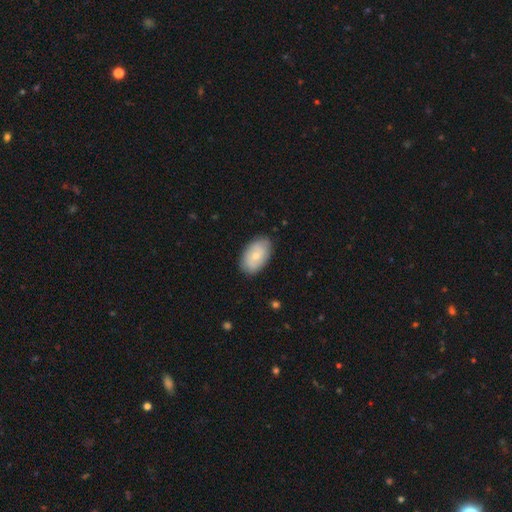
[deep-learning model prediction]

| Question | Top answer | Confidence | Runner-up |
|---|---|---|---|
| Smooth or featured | smooth | 66% | featured or disk (28%) |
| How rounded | in between | 93% | round (5%) |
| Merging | none | 84% | minor disturbance (13%) |